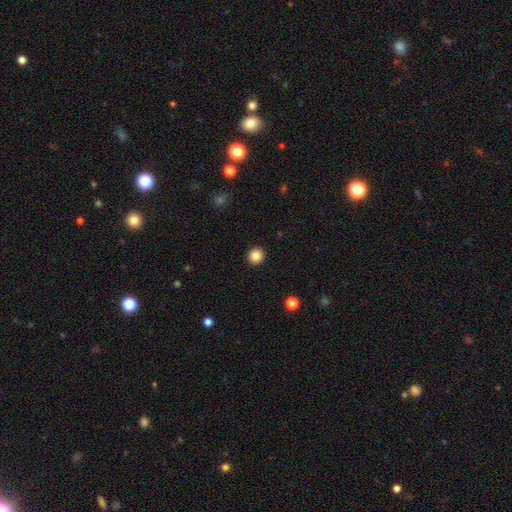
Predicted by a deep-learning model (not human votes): Q: Smooth or featured?
A: smooth (85%); runner-up: star or artifact (11%)
Q: How rounded?
A: round (93%); runner-up: in between (6%)
Q: Merging?
A: none (93%); runner-up: minor disturbance (4%)